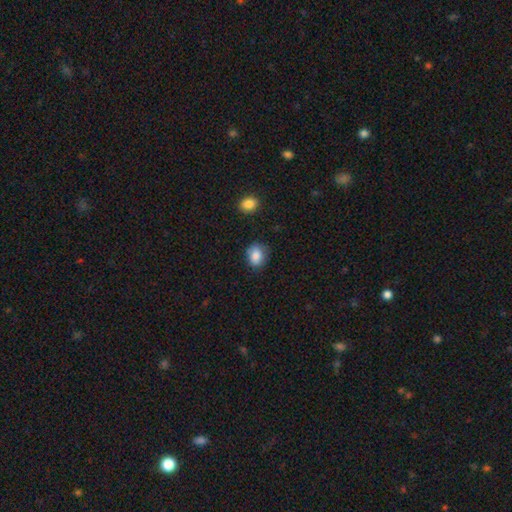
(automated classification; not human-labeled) This is clearly a smooth galaxy (84%). How rounded: possibly round (52%). Merging: likely none (74%).